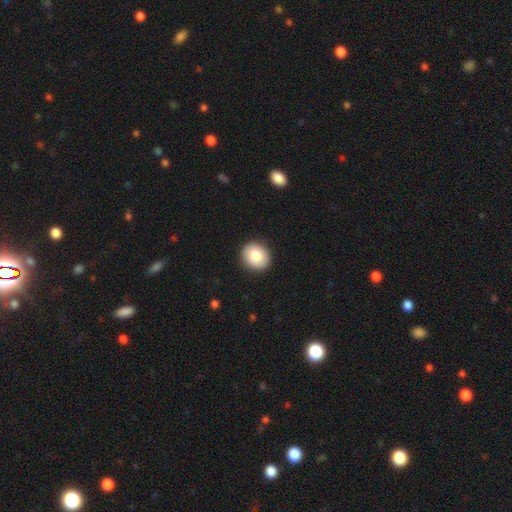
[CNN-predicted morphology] Smooth or featured: smooth — 82% (featured or disk — 10%)
How rounded: round — 72% (in between — 27%)
Merging: none — 91% (minor disturbance — 6%)